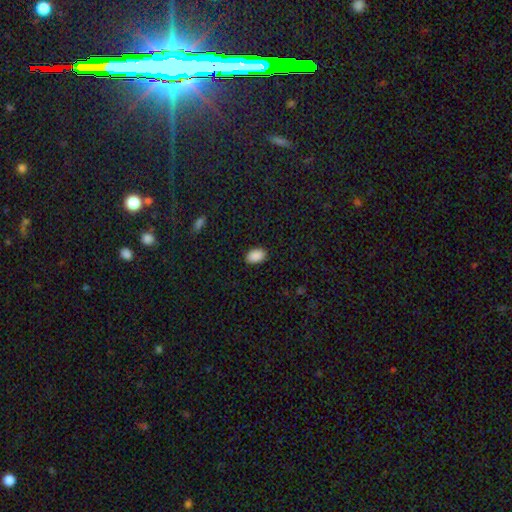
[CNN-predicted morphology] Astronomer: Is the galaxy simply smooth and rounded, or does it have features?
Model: smooth — 90%.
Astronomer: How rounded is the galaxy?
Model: in between — 90%.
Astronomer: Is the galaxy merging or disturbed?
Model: none — 86%.